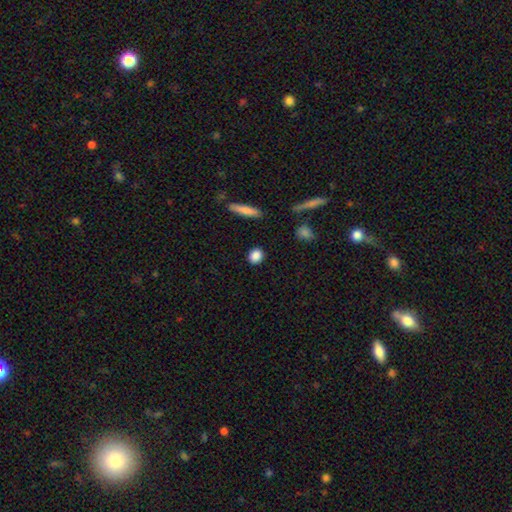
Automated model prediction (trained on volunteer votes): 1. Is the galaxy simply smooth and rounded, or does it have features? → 86% smooth, 8% star or artifact, 5% featured or disk.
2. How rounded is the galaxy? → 71% round, 25% in between, 4% cigar-shaped.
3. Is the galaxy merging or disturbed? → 89% none, 7% minor disturbance, 2% major disturbance, 2% merger.